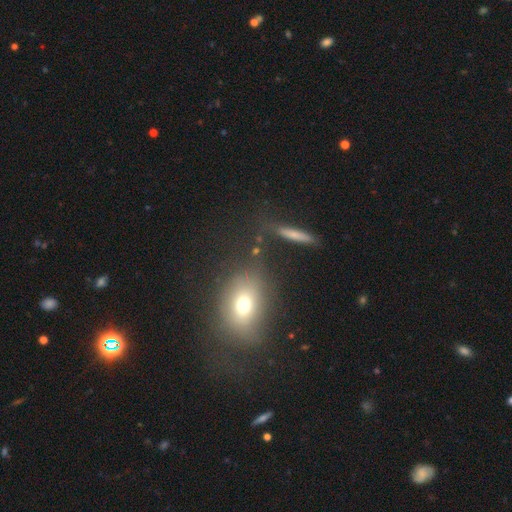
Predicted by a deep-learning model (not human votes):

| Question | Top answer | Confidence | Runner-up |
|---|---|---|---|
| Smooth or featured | smooth | 58% | featured or disk (23%) |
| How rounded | in between | 56% | round (29%) |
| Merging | none | 67% | minor disturbance (15%) |